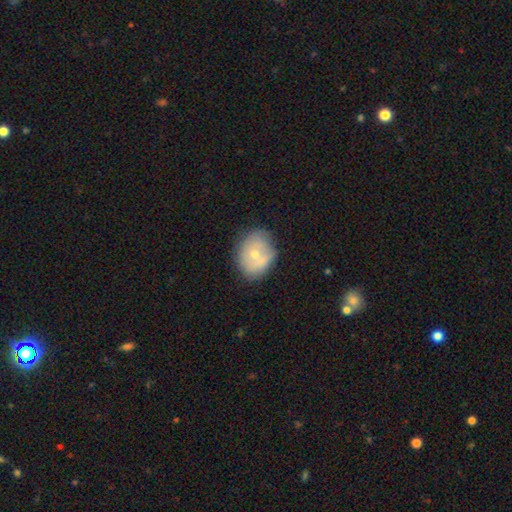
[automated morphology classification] A smooth galaxy with no disk features (57%) that is round (50%). Merging: none (52%).